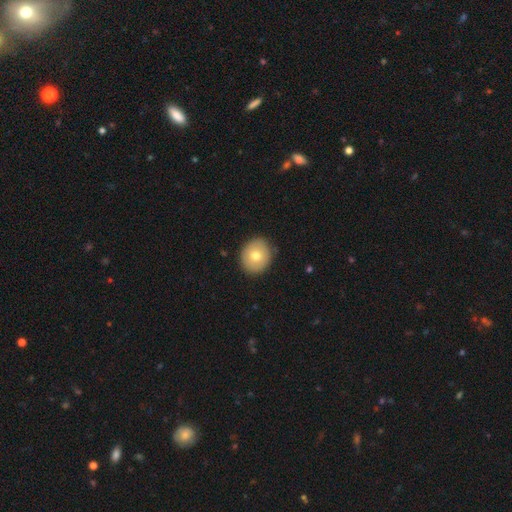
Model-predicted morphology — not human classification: smooth-or-featured: smooth: 73% | featured or disk: 19% | star or artifact: 8%
  how-rounded: round: 75% | in between: 24% | cigar-shaped: 1%
  merging: none: 88% | minor disturbance: 9% | major disturbance: 2% | merger: 1%